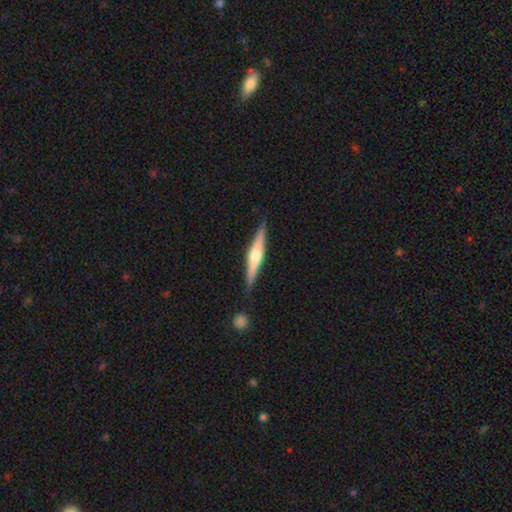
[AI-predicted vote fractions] Q: Smooth or featured?
A: featured or disk (70%); runner-up: smooth (25%)
Q: Edge-on disk?
A: yes (98%); runner-up: no (2%)
Q: Edge-on bulge?
A: rounded (86%); runner-up: boxy (9%)
Q: Merging?
A: none (88%); runner-up: minor disturbance (9%)